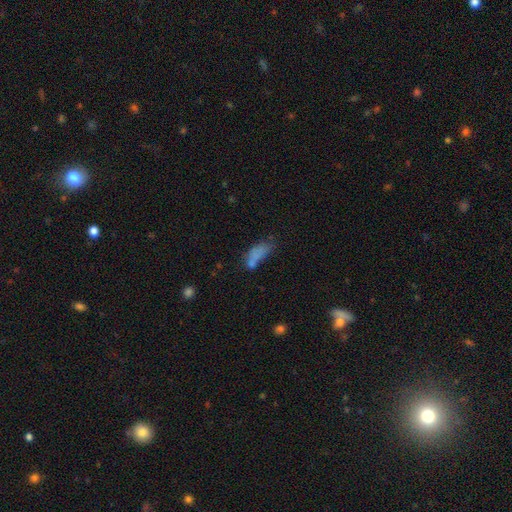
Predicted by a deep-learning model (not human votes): Overall: smooth (69%). How rounded: in between (74%). Merging: none (33%; major disturbance 23%).